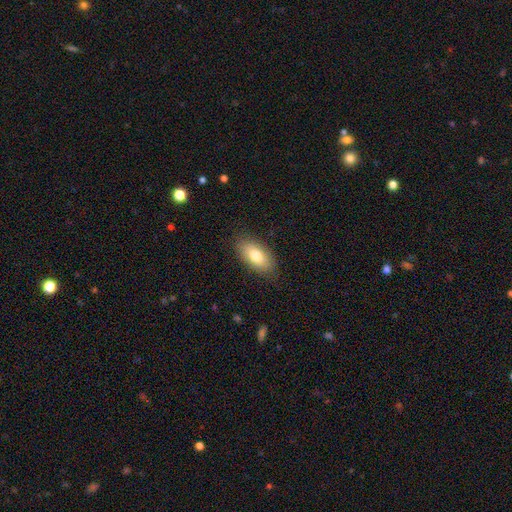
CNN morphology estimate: Smooth or featured?
  - smooth: 78% *
  - featured or disk: 15%
  - star or artifact: 7%
How rounded?
  - in between: 90% *
  - cigar-shaped: 6%
  - round: 3%
Merging?
  - none: 85% *
  - minor disturbance: 12%
  - major disturbance: 3%
  - merger: 1%